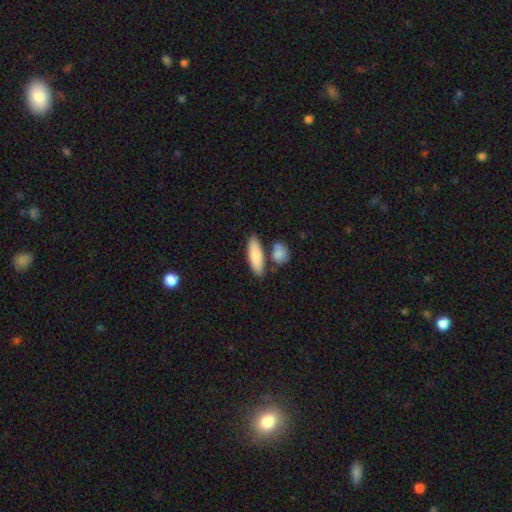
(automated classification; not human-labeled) This is clearly a smooth galaxy (85%). How rounded: possibly in between (53%). Merging: likely none (70%).